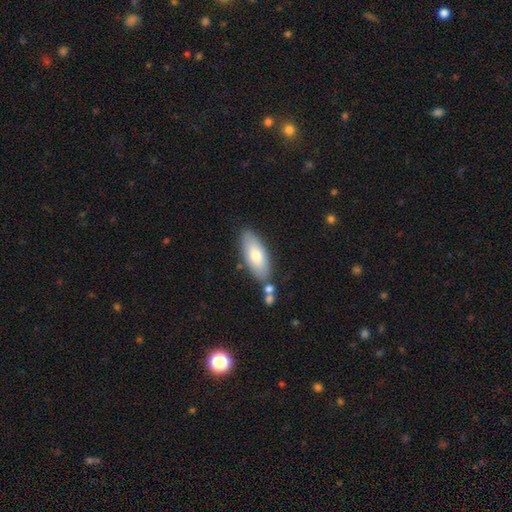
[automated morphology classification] A smooth galaxy with no disk features (69%) that is in between round and cigar-shaped (80%).

Vote fractions:
- Smooth or featured? smooth: 69% / featured or disk: 25% / star or artifact: 6%
- How rounded? in between: 80% / cigar-shaped: 18% / round: 2%
- Merging? none: 76% / minor disturbance: 13% / merger: 8% / major disturbance: 3%